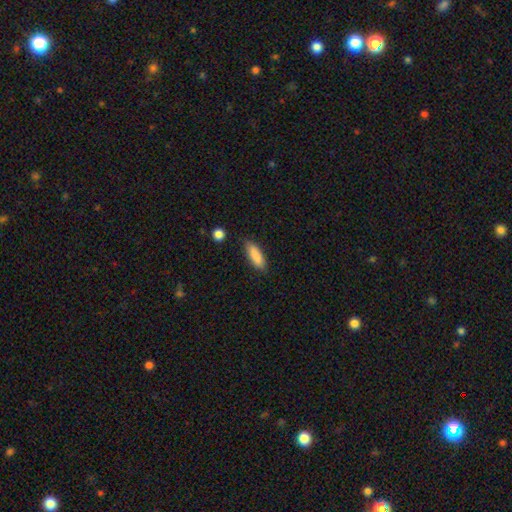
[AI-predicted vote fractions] This appears to be a smooth galaxy with no disk features (87%) that is in between round and cigar-shaped (52%). Merging: none (84%).